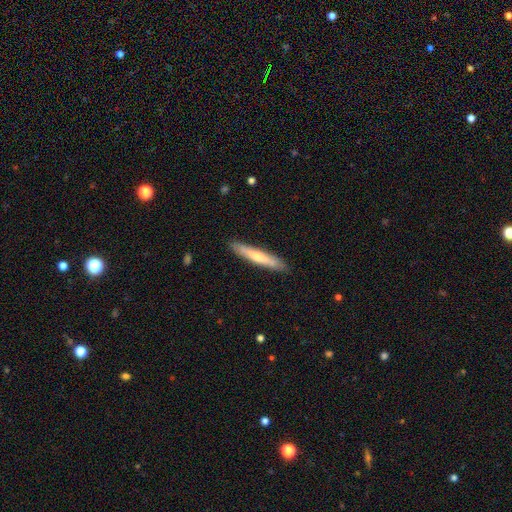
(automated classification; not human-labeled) Smooth or featured: smooth — 56% (featured or disk — 39%)
How rounded: cigar-shaped — 93% (in between — 6%)
Merging: none — 88% (minor disturbance — 9%)